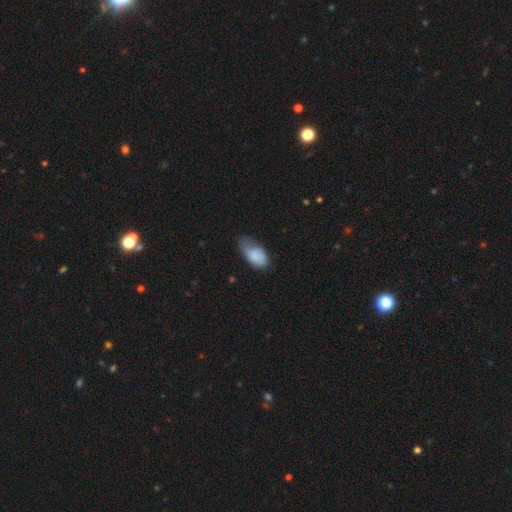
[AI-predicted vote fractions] smooth_or_featured: smooth (p=0.83) [alt: featured or disk p=0.10]
how_rounded: in between (p=0.93) [alt: round p=0.05]
merging: minor disturbance (p=0.45) [alt: none p=0.33]